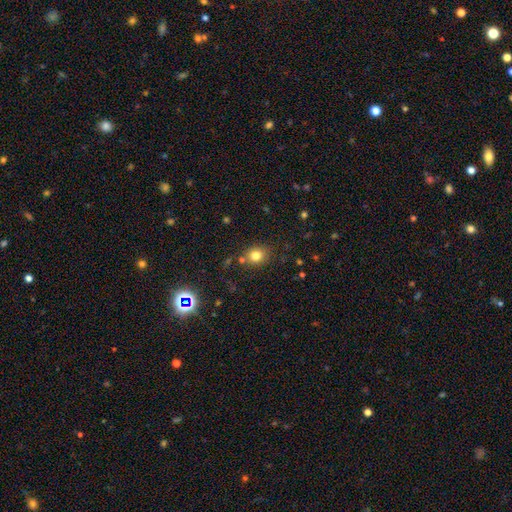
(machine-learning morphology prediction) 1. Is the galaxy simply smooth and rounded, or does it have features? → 78% smooth, 14% star or artifact, 7% featured or disk.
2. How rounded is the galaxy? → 74% round, 25% in between, 1% cigar-shaped.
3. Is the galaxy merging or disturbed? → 79% none, 11% minor disturbance, 7% merger, 3% major disturbance.